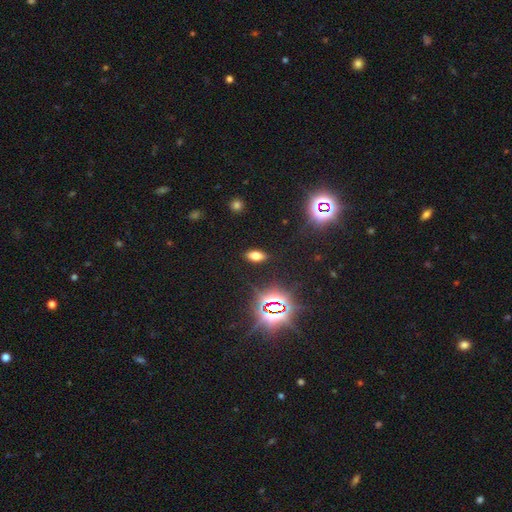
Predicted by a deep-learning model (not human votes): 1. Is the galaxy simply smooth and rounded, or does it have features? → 63% smooth, 27% star or artifact, 10% featured or disk.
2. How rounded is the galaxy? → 85% in between, 10% cigar-shaped, 5% round.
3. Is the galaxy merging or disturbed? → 88% none, 8% minor disturbance, 2% major disturbance, 1% merger.